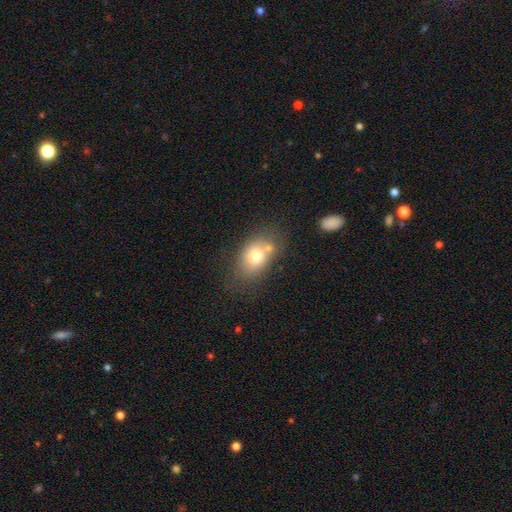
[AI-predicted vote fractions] smooth-or-featured: smooth: 71% | featured or disk: 19% | star or artifact: 10%
  how-rounded: in between: 77% | round: 22% | cigar-shaped: 2%
  merging: none: 52% | merger: 23% | minor disturbance: 19% | major disturbance: 7%